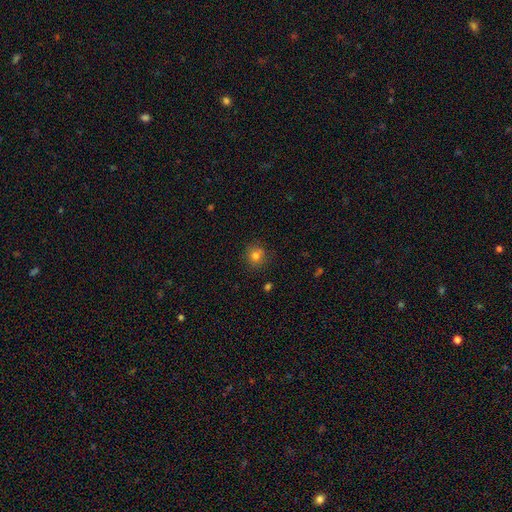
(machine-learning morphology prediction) Overall: smooth (79%). How rounded: round (88%). Merging: none (83%).